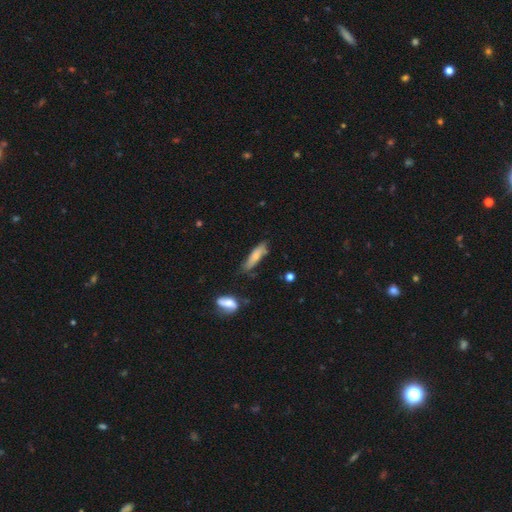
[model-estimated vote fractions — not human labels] Morphology: type=smooth (69%); roundness=cigar-shaped (67%); merging=none (65%).